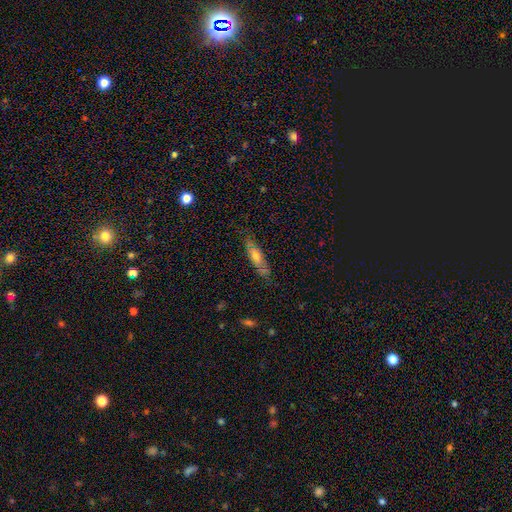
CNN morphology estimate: This appears to be a smooth galaxy with no disk features (52%) that is cigar-shaped (59%). Merging: none (70%).